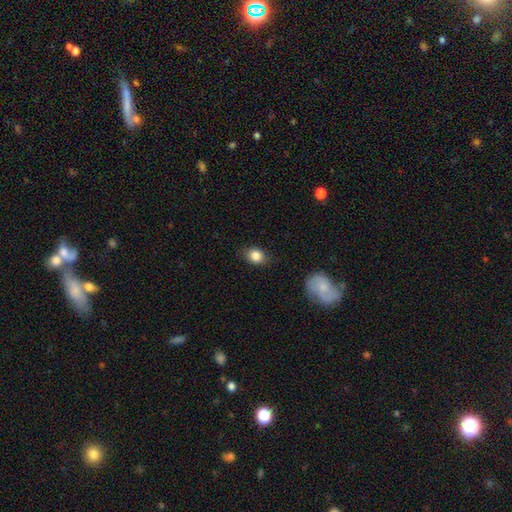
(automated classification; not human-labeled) Smooth or featured?
  - smooth: 84% *
  - star or artifact: 9%
  - featured or disk: 7%
How rounded?
  - in between: 60% *
  - round: 38%
  - cigar-shaped: 1%
Merging?
  - none: 81% *
  - minor disturbance: 14%
  - major disturbance: 3%
  - merger: 1%